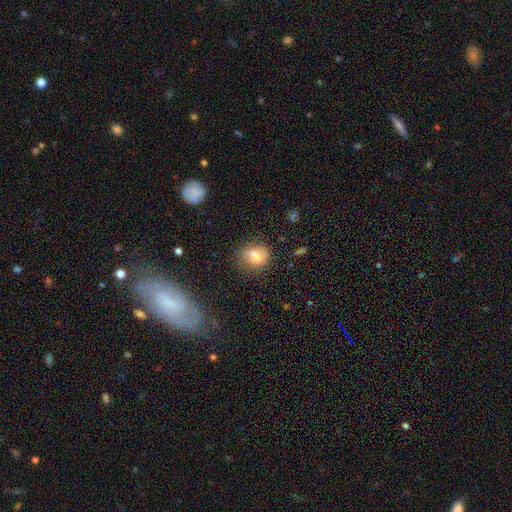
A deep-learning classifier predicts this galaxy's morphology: Smooth or featured?
  - smooth: 80% *
  - star or artifact: 11%
  - featured or disk: 10%
How rounded?
  - round: 60% *
  - in between: 39%
  - cigar-shaped: 1%
Merging?
  - none: 72% *
  - minor disturbance: 19%
  - major disturbance: 5%
  - merger: 3%